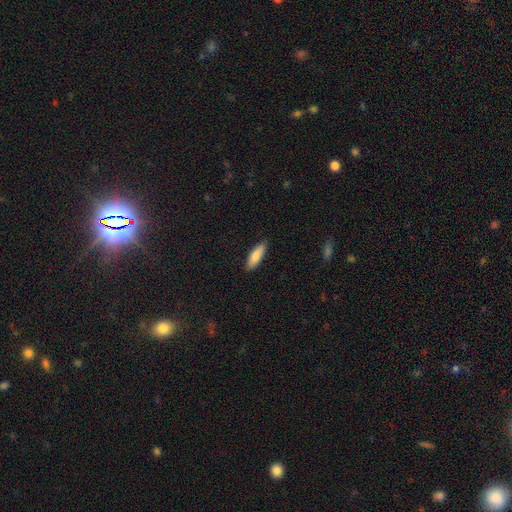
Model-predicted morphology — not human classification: Smooth or featured?
  - smooth: 84% *
  - featured or disk: 10%
  - star or artifact: 6%
How rounded?
  - in between: 53% *
  - cigar-shaped: 46%
  - round: 2%
Merging?
  - none: 87% *
  - minor disturbance: 10%
  - major disturbance: 2%
  - merger: 1%